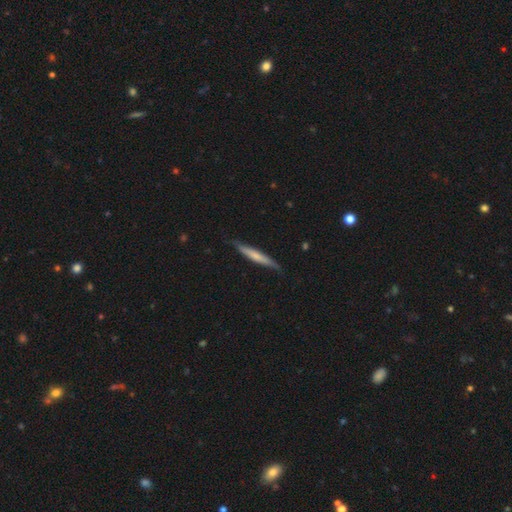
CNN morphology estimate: smooth_or_featured: smooth (p=0.58) [alt: featured or disk p=0.37]
how_rounded: cigar-shaped (p=0.95) [alt: in between p=0.04]
merging: none (p=0.81) [alt: minor disturbance p=0.15]